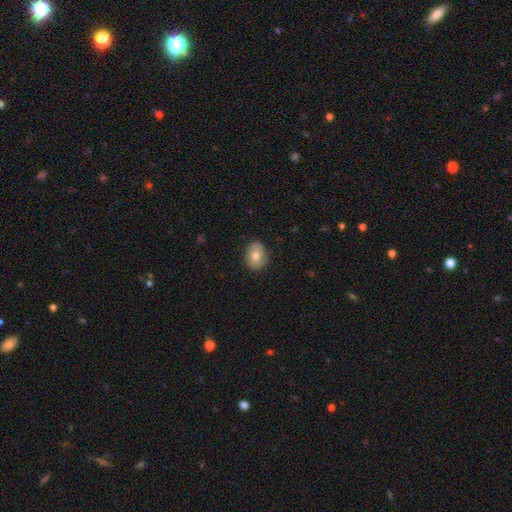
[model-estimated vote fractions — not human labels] Smooth or featured? smooth (73%)
How rounded? round (53%)
Merging? none (86%)